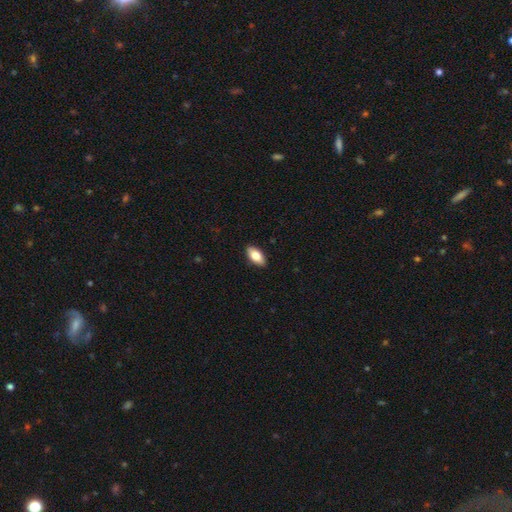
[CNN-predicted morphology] Smooth or featured?
  - smooth: 81% *
  - featured or disk: 12%
  - star or artifact: 6%
How rounded?
  - in between: 92% *
  - cigar-shaped: 6%
  - round: 3%
Merging?
  - none: 90% *
  - minor disturbance: 8%
  - major disturbance: 2%
  - merger: 1%